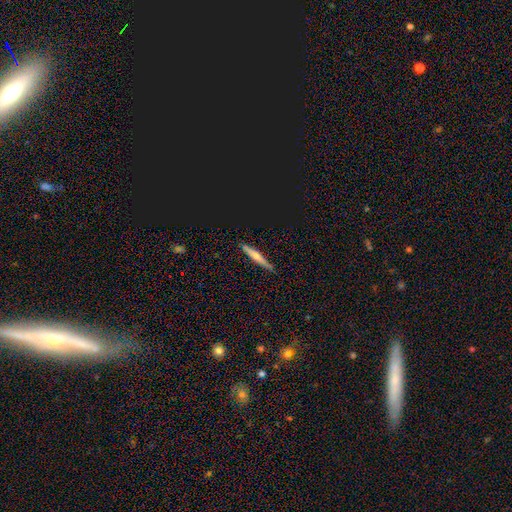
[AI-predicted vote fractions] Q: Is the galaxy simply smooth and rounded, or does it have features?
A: smooth — 47%.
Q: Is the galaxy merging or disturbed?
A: none — 87%.